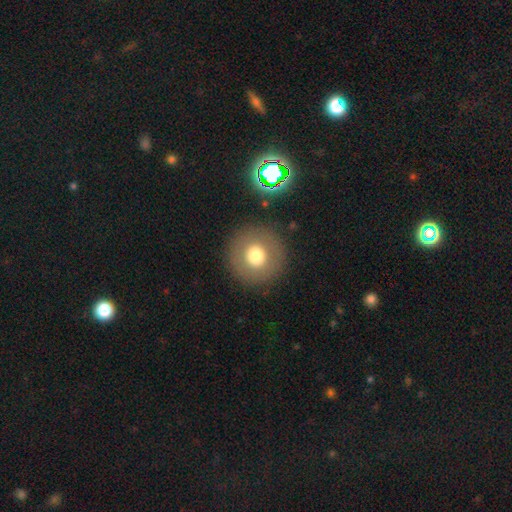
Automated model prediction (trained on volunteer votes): This is likely a smooth galaxy (71%). How rounded: clearly round (96%). Merging: clearly none (90%).